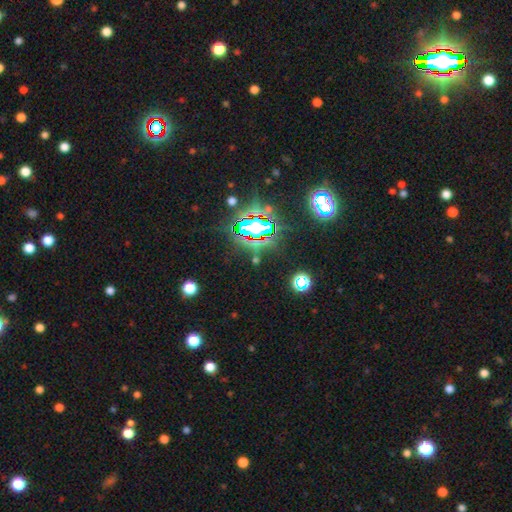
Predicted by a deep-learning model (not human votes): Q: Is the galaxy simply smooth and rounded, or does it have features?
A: star or artifact — 79%.